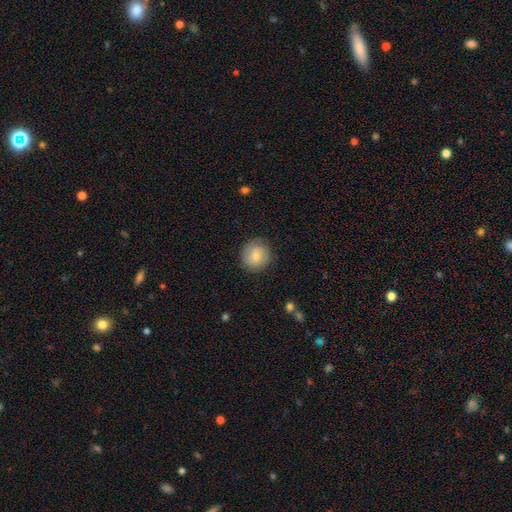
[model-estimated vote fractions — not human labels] Overall: smooth (73%). How rounded: round (89%). Merging: none (82%).